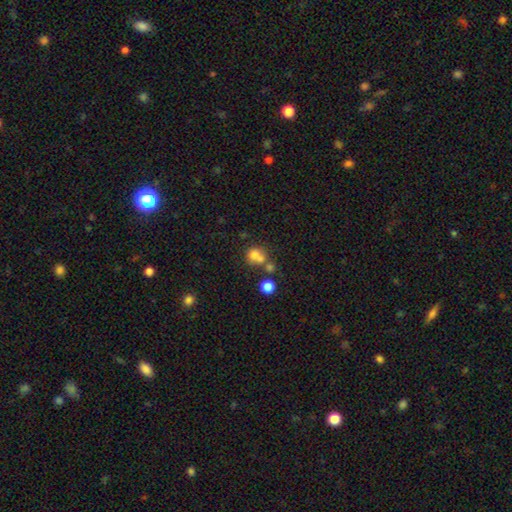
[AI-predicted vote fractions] This is likely a smooth galaxy (70%). How rounded: likely round (76%). Merging: possibly merger (47%).